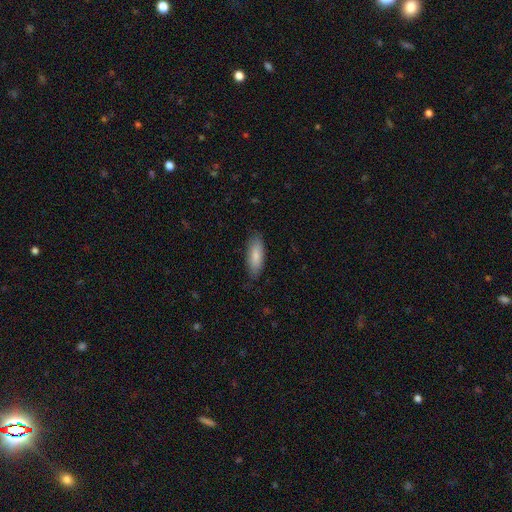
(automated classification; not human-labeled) This is clearly a smooth galaxy (84%). How rounded: likely in between (67%). Merging: clearly none (82%).